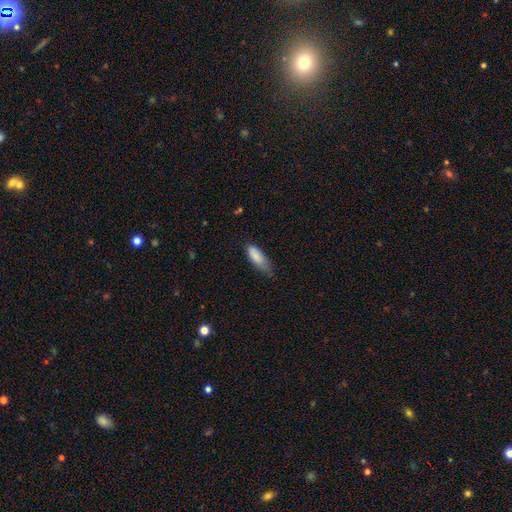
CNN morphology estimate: smooth 85%, featured or disk 9%, star or artifact 6%. Down the decision tree: how rounded — in between (73%); merging — minor disturbance (47%).